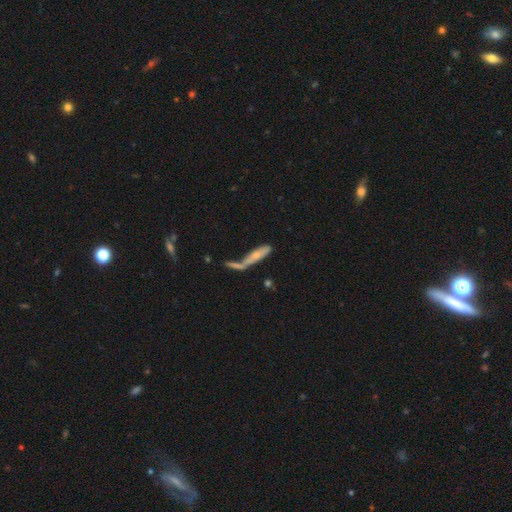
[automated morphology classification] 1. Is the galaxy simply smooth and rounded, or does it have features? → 54% smooth, 38% featured or disk, 8% star or artifact.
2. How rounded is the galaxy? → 76% cigar-shaped, 21% in between, 2% round.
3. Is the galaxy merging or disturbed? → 36% merger, 31% none, 17% major disturbance, 16% minor disturbance.